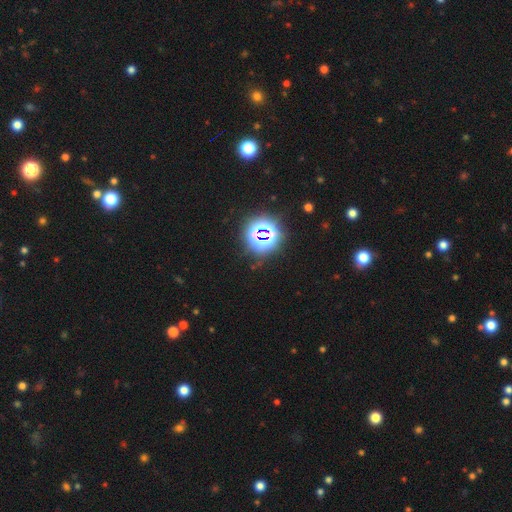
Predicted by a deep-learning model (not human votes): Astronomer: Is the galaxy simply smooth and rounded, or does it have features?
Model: star or artifact — 81%.